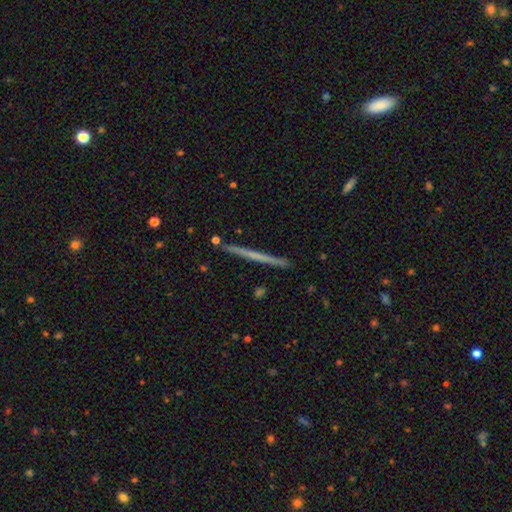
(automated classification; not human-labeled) smooth-or-featured: featured or disk: 57% | smooth: 37% | star or artifact: 6%
  disk-edge-on: yes: 98% | no: 2%
    edge-on-bulge: none: 85% | rounded: 11% | boxy: 4%
  merging: none: 92% | minor disturbance: 6% | merger: 1% | major disturbance: 1%